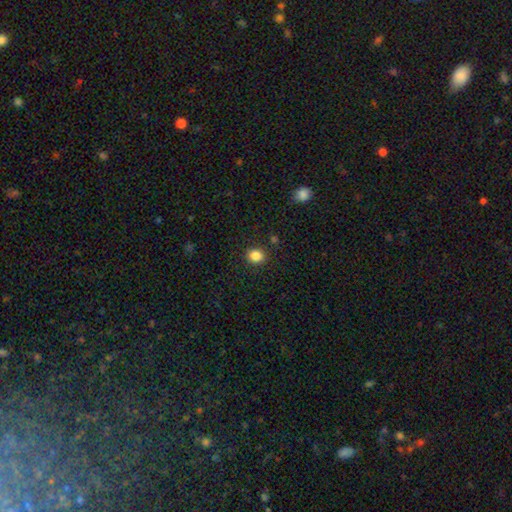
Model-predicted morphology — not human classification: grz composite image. It shows a smooth galaxy with no disk features (85%) that is round (78%). Merging: none (90%).